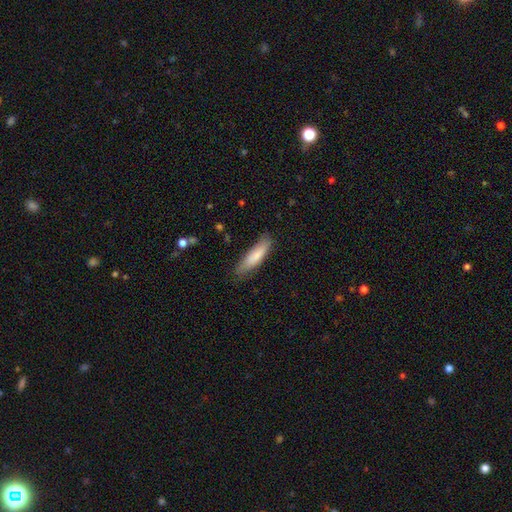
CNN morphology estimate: type=smooth (80%); roundness=cigar-shaped (68%); merging=none (76%).